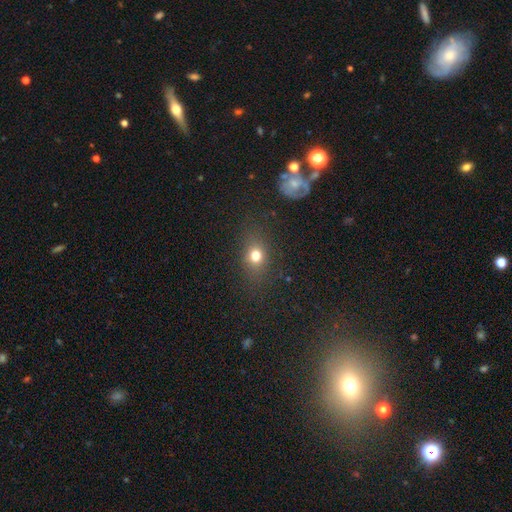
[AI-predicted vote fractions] smooth_or_featured: smooth (p=0.72) [alt: star or artifact p=0.17]
how_rounded: round (p=0.53) [alt: in between p=0.44]
merging: none (p=0.81) [alt: minor disturbance p=0.12]